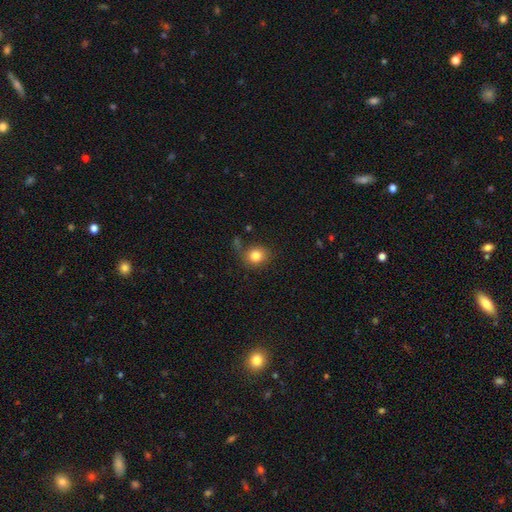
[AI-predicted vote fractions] A smooth galaxy with no disk features (83%) that is round (78%).

Vote fractions:
- Smooth or featured? smooth: 83% / star or artifact: 10% / featured or disk: 7%
- How rounded? round: 78% / in between: 21% / cigar-shaped: 1%
- Merging? none: 71% / minor disturbance: 17% / major disturbance: 7% / merger: 6%